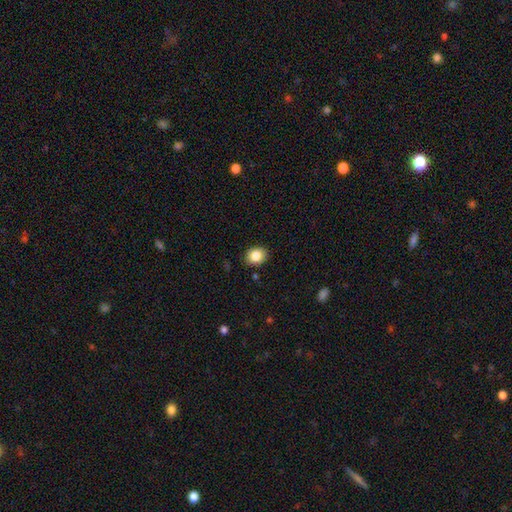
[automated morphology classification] smooth-or-featured: smooth: 85% | star or artifact: 9% | featured or disk: 6%
  how-rounded: round: 53% | in between: 46% | cigar-shaped: 1%
  merging: none: 88% | minor disturbance: 9% | major disturbance: 2% | merger: 1%